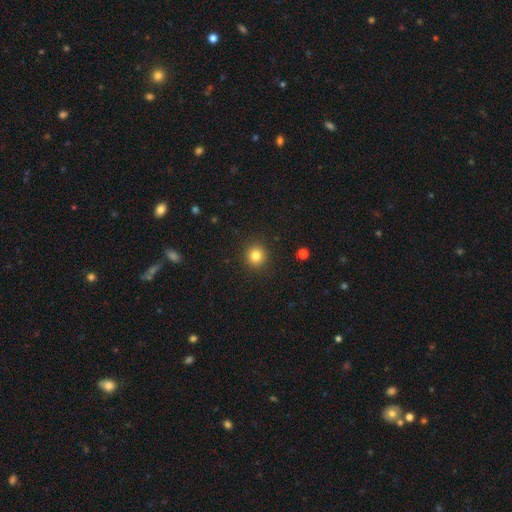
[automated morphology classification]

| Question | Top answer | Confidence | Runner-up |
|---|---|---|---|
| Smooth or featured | smooth | 83% | star or artifact (12%) |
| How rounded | round | 93% | in between (6%) |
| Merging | none | 91% | minor disturbance (5%) |